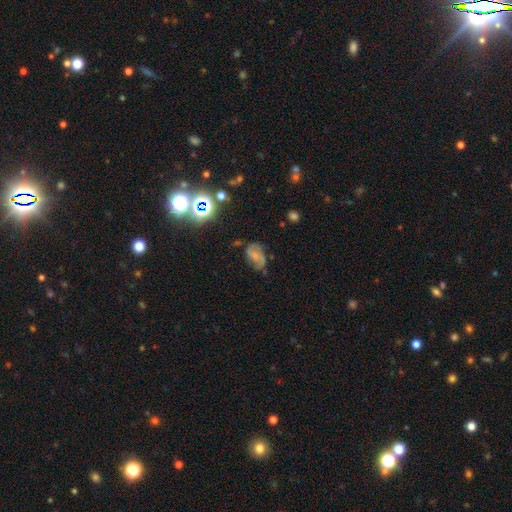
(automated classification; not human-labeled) A featured or disk galaxy (53%) with no bar (57%), spiral arms (78%) and no central bulge (39%).

Vote fractions:
- Smooth or featured? featured or disk: 53% / smooth: 33% / star or artifact: 14%
- Edge-on disk? no: 96% / yes: 4%
- Bar? no: 57% / weak: 34% / strong: 9%
- Spiral arms? yes: 78% / no: 22%
- Bulge size? none: 39% / small: 33% / moderate: 22% / large: 5% / dominant: 2%
- Merging? none: 53% / minor disturbance: 28% / major disturbance: 15% / merger: 3%